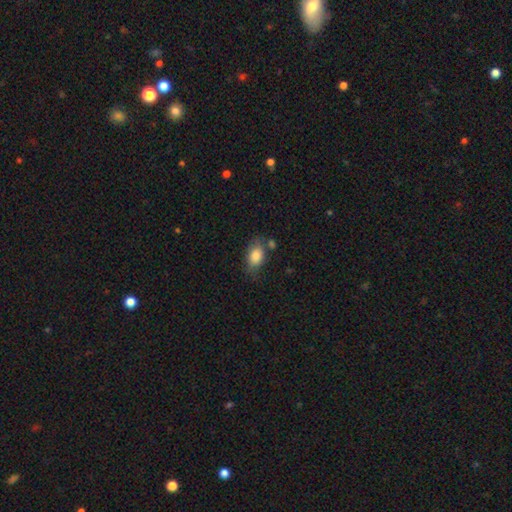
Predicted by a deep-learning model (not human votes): A smooth galaxy with no disk features (83%) that is in between round and cigar-shaped (86%).

Vote fractions:
- Smooth or featured? smooth: 83% / featured or disk: 10% / star or artifact: 7%
- How rounded? in between: 86% / round: 12% / cigar-shaped: 2%
- Merging? none: 60% / minor disturbance: 23% / merger: 9% / major disturbance: 7%